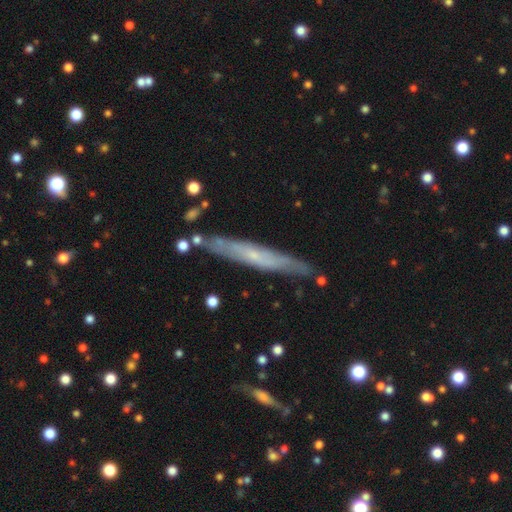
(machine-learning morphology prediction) Smooth or featured? featured or disk (59%)
Edge-on disk? yes (81%)
Merging? none (80%)